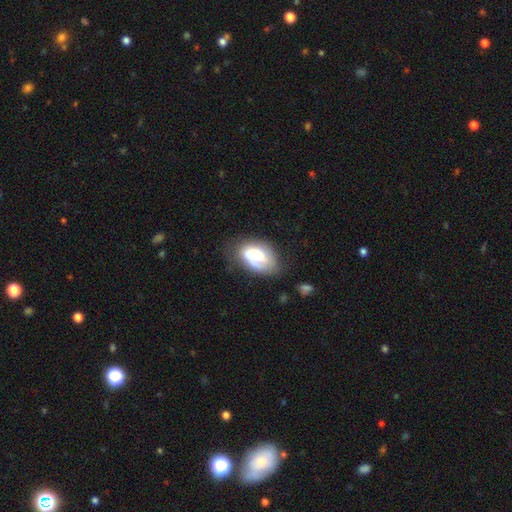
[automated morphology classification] This is possibly a featured or disk galaxy (57%). It is clearly not viewed edge-on (96%). Bar: likely no (60%). Spiral arm pattern: clearly yes (81%). Central bulge: possibly moderate (47%). Merging: possibly none (57%).